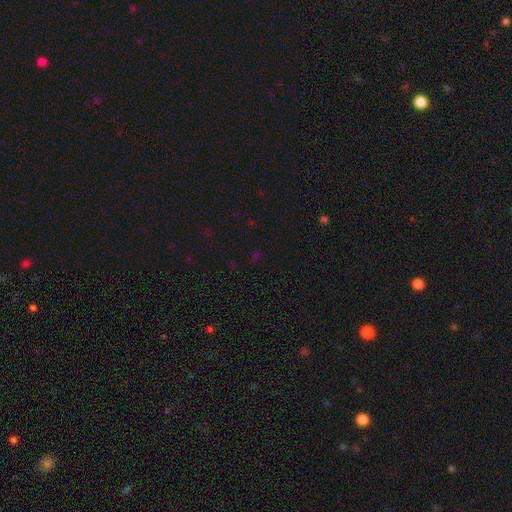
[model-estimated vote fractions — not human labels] smooth_or_featured: star or artifact (p=0.66) [alt: smooth p=0.26]